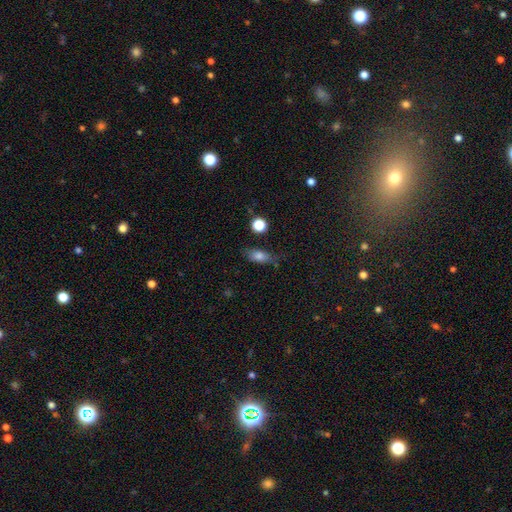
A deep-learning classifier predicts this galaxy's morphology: The model was most divided on "smooth or featured": smooth: 62%, star or artifact: 20%, featured or disk: 18%. More confident: merging — none (74%); how rounded — in between (68%).